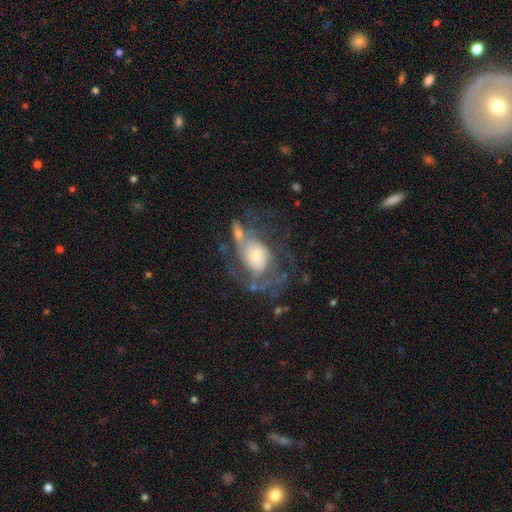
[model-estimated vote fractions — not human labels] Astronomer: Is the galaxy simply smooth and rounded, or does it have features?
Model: featured or disk — 77%.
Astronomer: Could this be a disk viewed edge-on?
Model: no — 97%.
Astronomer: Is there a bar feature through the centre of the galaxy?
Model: no — 68%.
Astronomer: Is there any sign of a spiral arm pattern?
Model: yes — 80%.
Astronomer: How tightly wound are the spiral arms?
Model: medium — 44% (runner-up: tight, 33%).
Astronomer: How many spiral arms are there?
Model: can't tell — 37% (runner-up: 2, 29%).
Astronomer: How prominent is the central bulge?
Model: moderate — 37% (runner-up: small, 32%).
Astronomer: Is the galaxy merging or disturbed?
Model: none — 42% (runner-up: major disturbance, 31%).